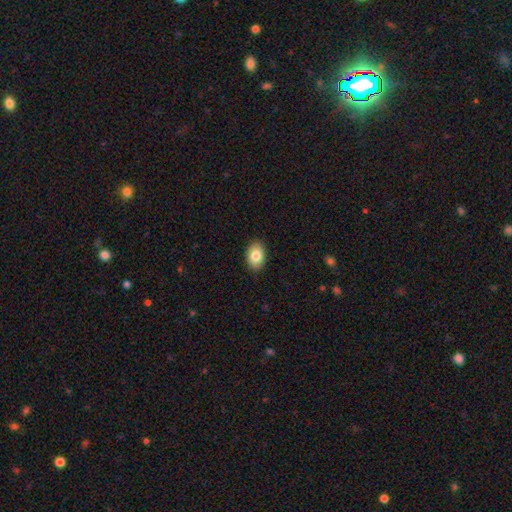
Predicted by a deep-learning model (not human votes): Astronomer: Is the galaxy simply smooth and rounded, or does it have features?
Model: smooth — 84%.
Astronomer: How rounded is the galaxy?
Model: in between — 84%.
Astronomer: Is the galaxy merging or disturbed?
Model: none — 89%.